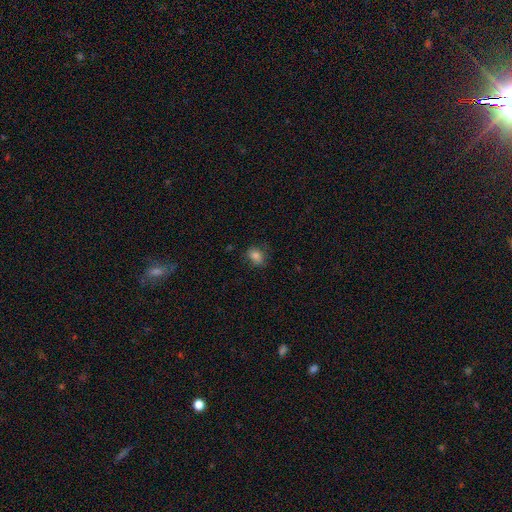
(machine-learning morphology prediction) Q: Smooth or featured?
A: smooth (82%); runner-up: star or artifact (11%)
Q: How rounded?
A: in between (65%); runner-up: round (34%)
Q: Merging?
A: none (75%); runner-up: minor disturbance (18%)